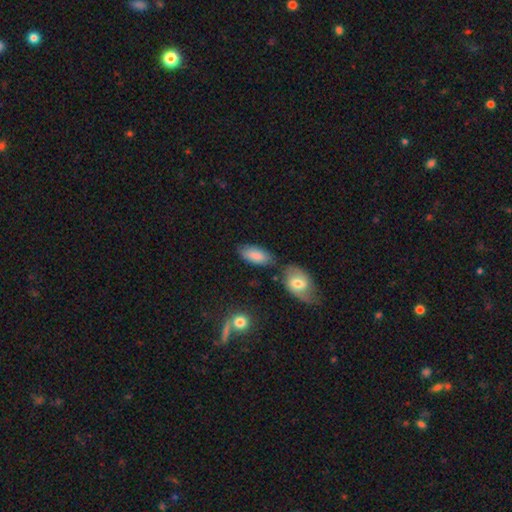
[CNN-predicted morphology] Smooth or featured: smooth — 82% (featured or disk — 11%)
How rounded: in between — 91% (cigar-shaped — 7%)
Merging: none — 63% (minor disturbance — 19%)